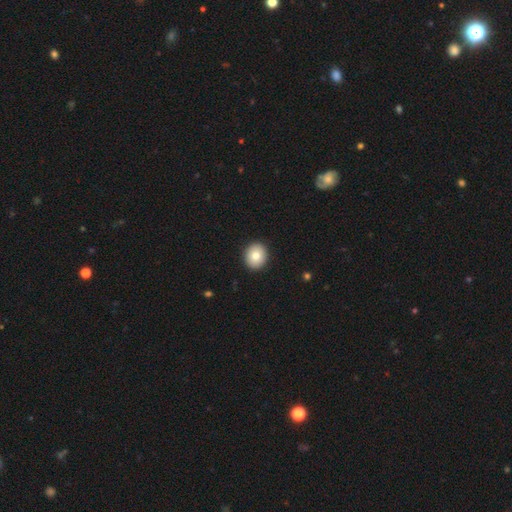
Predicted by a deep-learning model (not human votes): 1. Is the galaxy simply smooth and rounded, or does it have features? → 81% smooth, 11% featured or disk, 8% star or artifact.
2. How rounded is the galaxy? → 78% round, 21% in between, 1% cigar-shaped.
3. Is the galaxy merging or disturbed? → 92% none, 5% minor disturbance, 2% major disturbance, 1% merger.